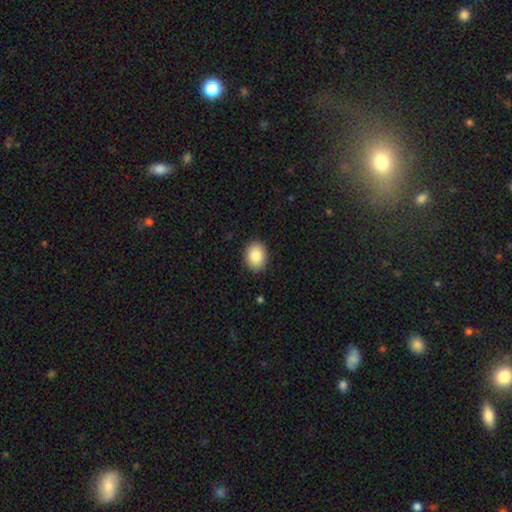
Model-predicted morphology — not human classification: This appears to be a smooth galaxy with no disk features (87%) that is in between round and cigar-shaped (69%). Merging: none (89%).